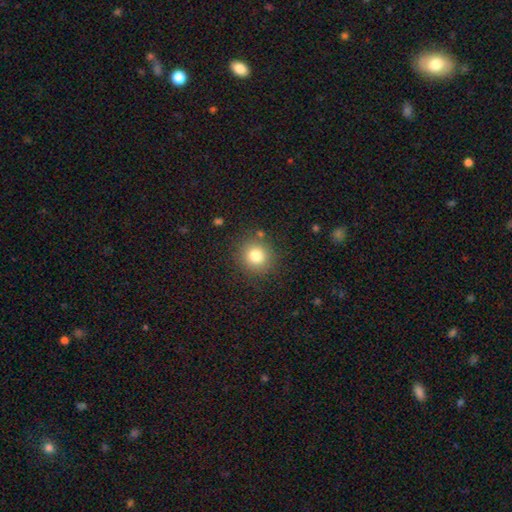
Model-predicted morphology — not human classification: A smooth galaxy with no disk features (79%) that is round (90%). Merging: none (86%).